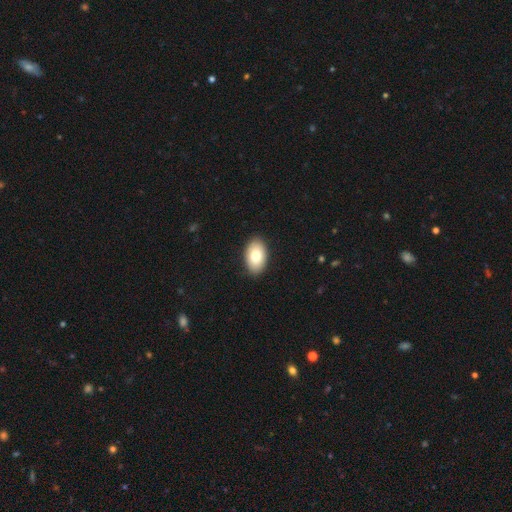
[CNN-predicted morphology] Overall: smooth (80%). How rounded: in between (92%). Merging: none (89%).